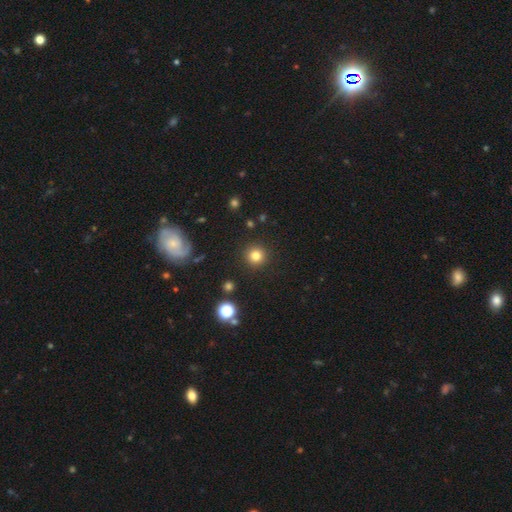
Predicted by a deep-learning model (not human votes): Q: Smooth or featured?
A: smooth (81%); runner-up: star or artifact (13%)
Q: How rounded?
A: round (95%); runner-up: in between (4%)
Q: Merging?
A: none (91%); runner-up: minor disturbance (5%)